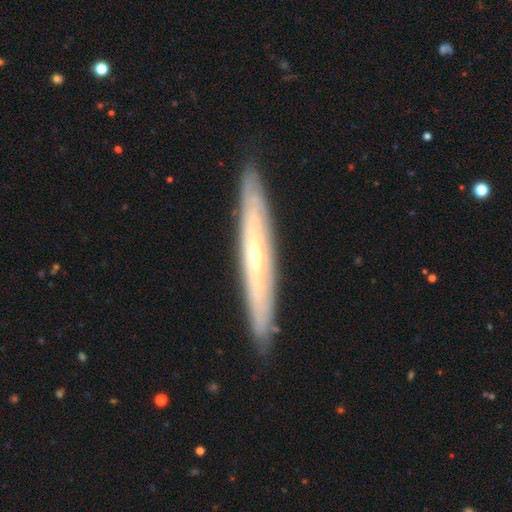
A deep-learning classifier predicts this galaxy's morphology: Smooth or featured? Predicted: featured or disk (p=0.71). Edge-on disk? Predicted: yes (p=0.78). Edge-on bulge? Predicted: rounded (p=0.53). Merging? Predicted: none (p=0.89).